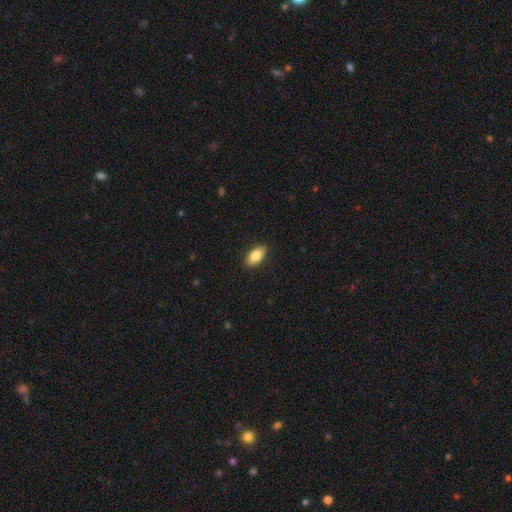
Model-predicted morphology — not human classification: Smooth or featured?
  - smooth: 84% *
  - featured or disk: 9%
  - star or artifact: 7%
How rounded?
  - in between: 90% *
  - cigar-shaped: 6%
  - round: 4%
Merging?
  - none: 88% *
  - minor disturbance: 9%
  - major disturbance: 2%
  - merger: 1%